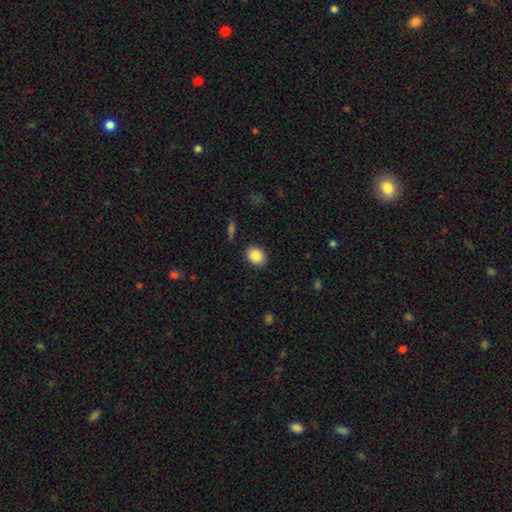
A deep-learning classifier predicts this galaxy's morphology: The model was most divided on "how rounded": in between: 54%, round: 45%, cigar-shaped: 1%. More confident: merging — none (88%); smooth or featured — smooth (88%).